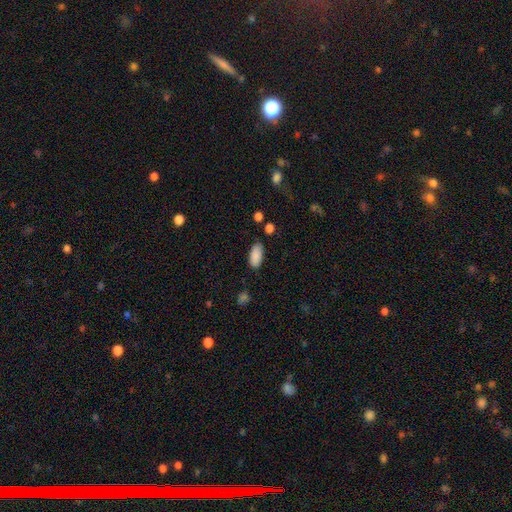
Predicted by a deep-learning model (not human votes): Smooth or featured? smooth (89%)
How rounded? in between (91%)
Merging? none (83%)